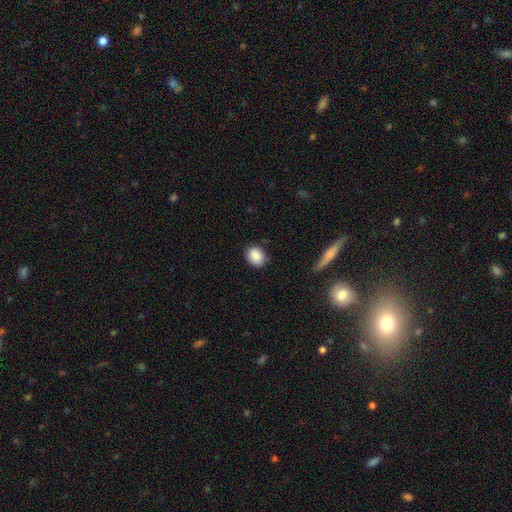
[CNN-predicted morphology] Smooth or featured? Predicted: smooth (p=0.87). How rounded? Predicted: round (p=0.56). Merging? Predicted: none (p=0.82).